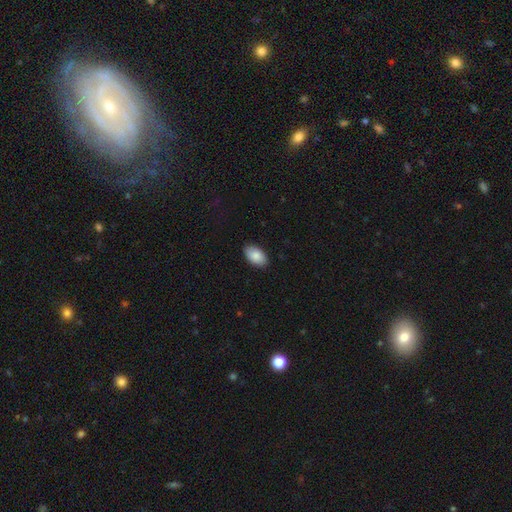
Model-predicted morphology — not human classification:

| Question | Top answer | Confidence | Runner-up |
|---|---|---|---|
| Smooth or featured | smooth | 88% | star or artifact (6%) |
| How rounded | in between | 94% | round (4%) |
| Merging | none | 88% | minor disturbance (9%) |